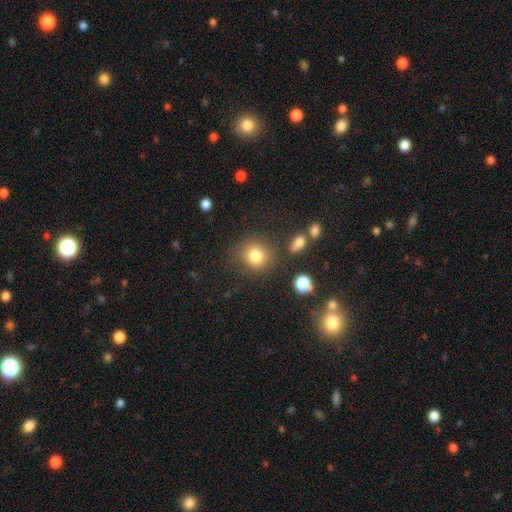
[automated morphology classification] Smooth or featured? smooth (81%)
How rounded? round (83%)
Merging? none (80%)